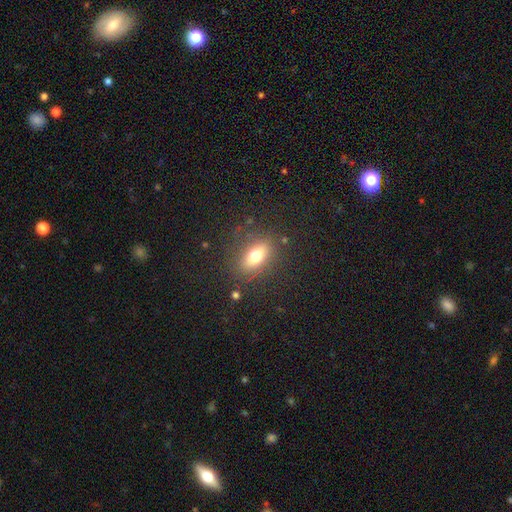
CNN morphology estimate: type=smooth (72%); roundness=in between (78%); merging=none (82%).